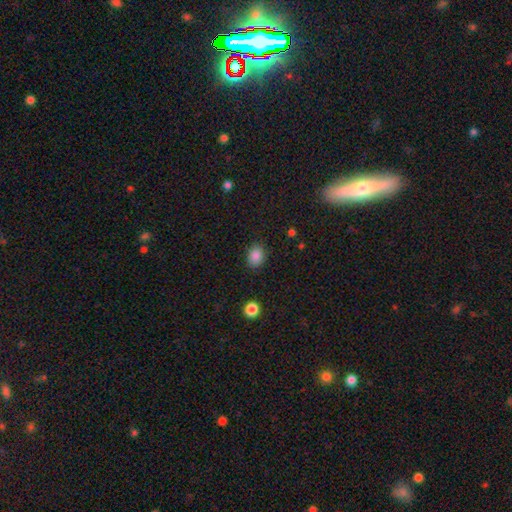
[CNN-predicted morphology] Smooth or featured: smooth — 86% (star or artifact — 10%)
How rounded: in between — 56% (round — 43%)
Merging: none — 88% (minor disturbance — 9%)